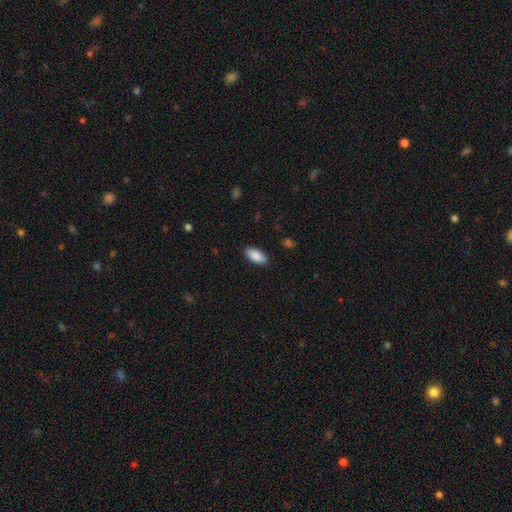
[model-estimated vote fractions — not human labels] This is clearly a smooth galaxy (89%). How rounded: clearly in between (92%). Merging: clearly none (89%).